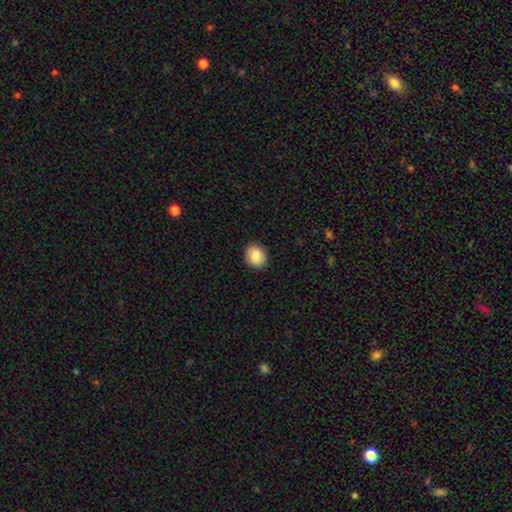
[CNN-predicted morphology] Overall: smooth (85%). How rounded: round (63%; in between 36%). Merging: none (89%).